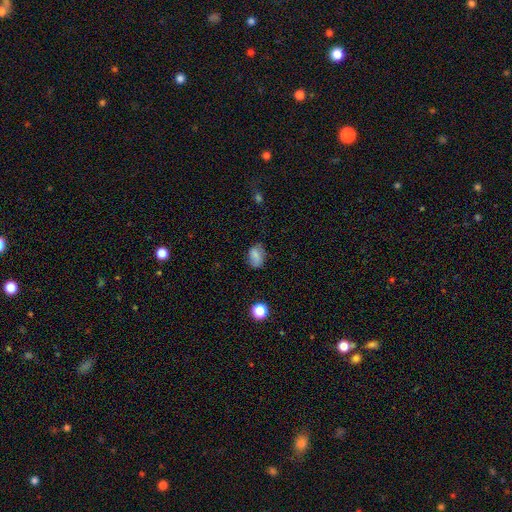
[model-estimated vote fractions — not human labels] This appears to be a smooth galaxy with no disk features (78%) that is in between round and cigar-shaped (76%). Merging: none (67%).